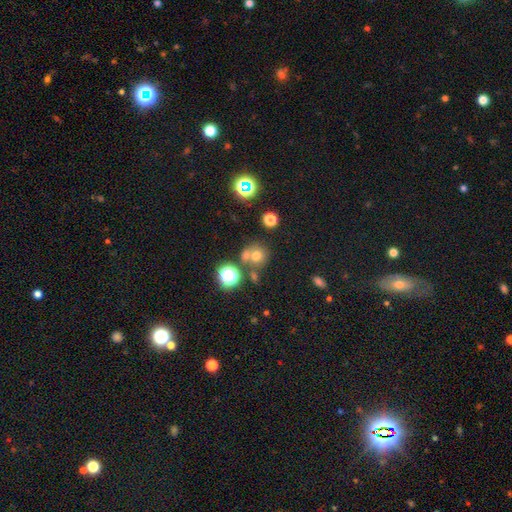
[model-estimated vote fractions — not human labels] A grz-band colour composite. It shows a smooth galaxy with no disk features (65%) that is round (86%). Merging: none (57%).